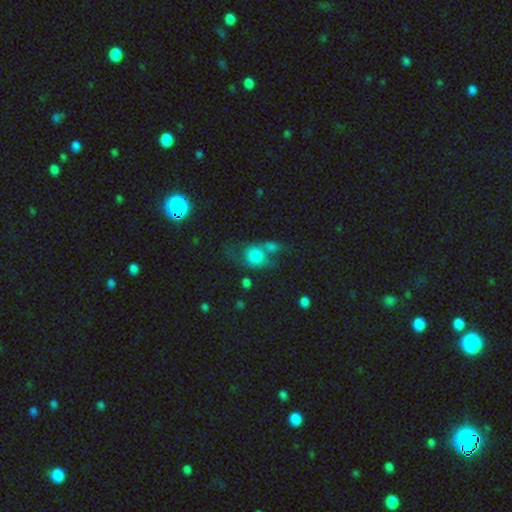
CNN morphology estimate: Q: Smooth or featured?
A: smooth (67%); runner-up: featured or disk (20%)
Q: How rounded?
A: round (59%); runner-up: in between (39%)
Q: Merging?
A: merger (37%); runner-up: none (30%)